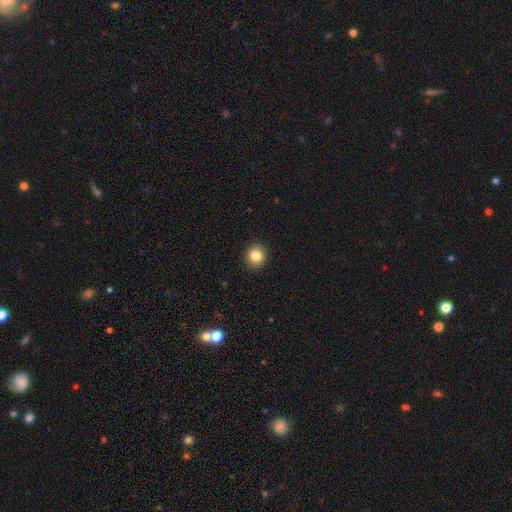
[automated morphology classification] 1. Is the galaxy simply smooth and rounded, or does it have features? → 85% smooth, 10% star or artifact, 5% featured or disk.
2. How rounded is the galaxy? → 87% round, 12% in between, 1% cigar-shaped.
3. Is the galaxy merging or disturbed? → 92% none, 6% minor disturbance, 2% major disturbance, 1% merger.